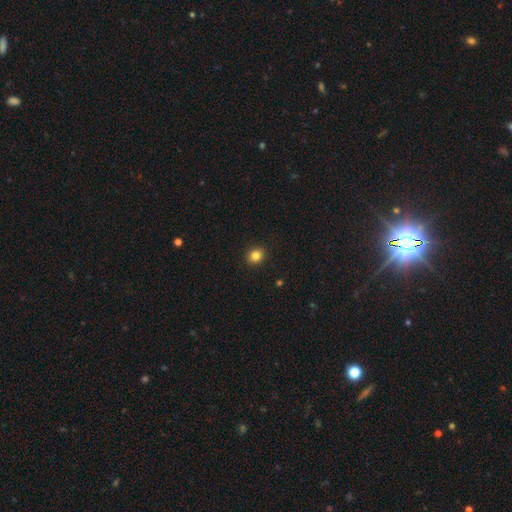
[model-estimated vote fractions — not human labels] Overall: smooth (83%). How rounded: round (71%). Merging: none (91%).